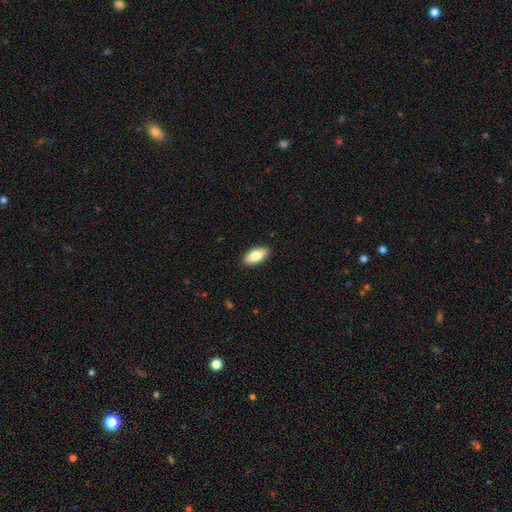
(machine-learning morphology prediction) smooth 76%, featured or disk 18%, star or artifact 6%. Down the decision tree: how rounded — in between (84%); merging — none (90%).